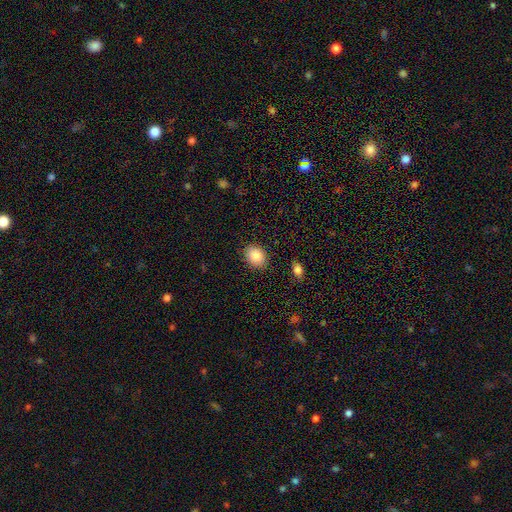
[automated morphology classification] Overall: smooth (87%). How rounded: in between (68%; round 31%). Merging: none (86%).